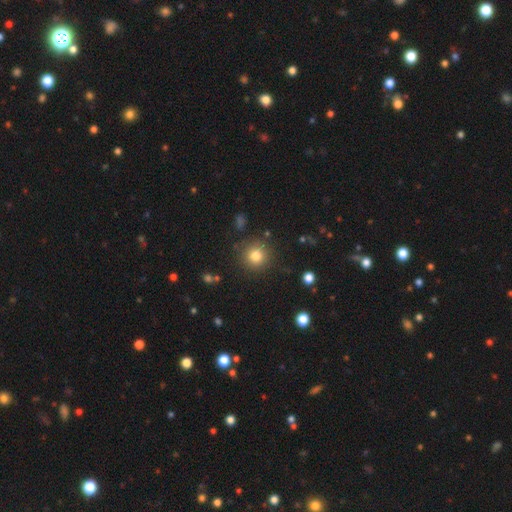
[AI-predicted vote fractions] smooth_or_featured: smooth (p=0.81) [alt: star or artifact p=0.12]
how_rounded: round (p=0.94) [alt: in between p=0.05]
merging: none (p=0.87) [alt: minor disturbance p=0.07]